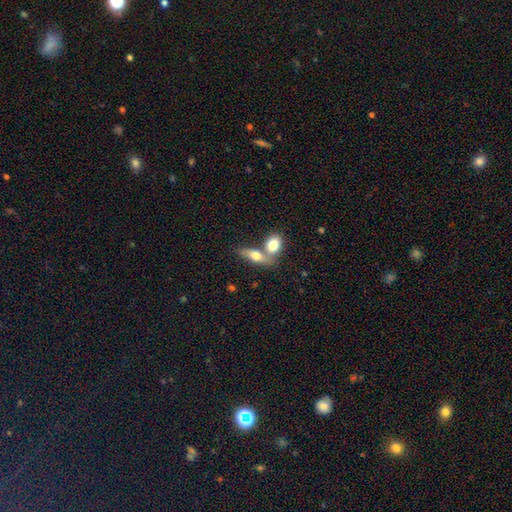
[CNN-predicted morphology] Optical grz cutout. It shows a smooth galaxy with no disk features (69%) that is in between round and cigar-shaped (73%). Merging: merger (57%).